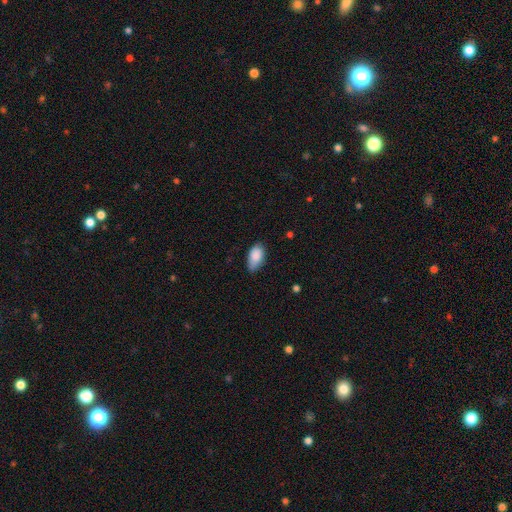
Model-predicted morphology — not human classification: A smooth galaxy with no disk features (86%) that is in between round and cigar-shaped (93%). Merging: none (67%).